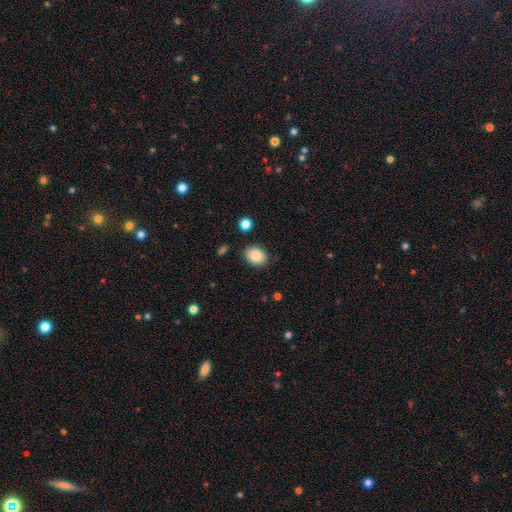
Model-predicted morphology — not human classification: This is clearly a smooth galaxy (87%). How rounded: possibly in between (60%). Merging: clearly none (82%).